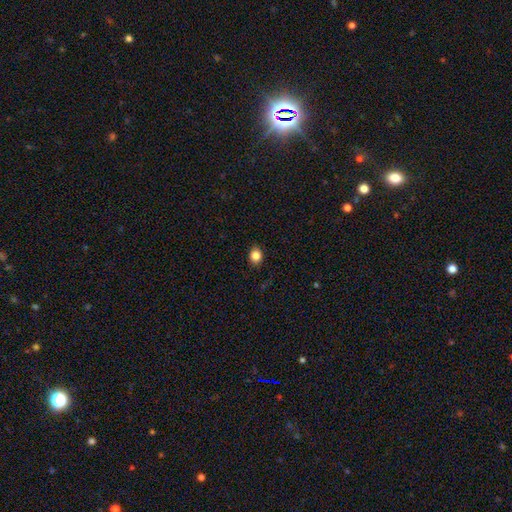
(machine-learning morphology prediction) The model was most divided on "how rounded": round: 51%, in between: 48%, cigar-shaped: 1%. More confident: merging — none (88%); smooth or featured — smooth (85%).